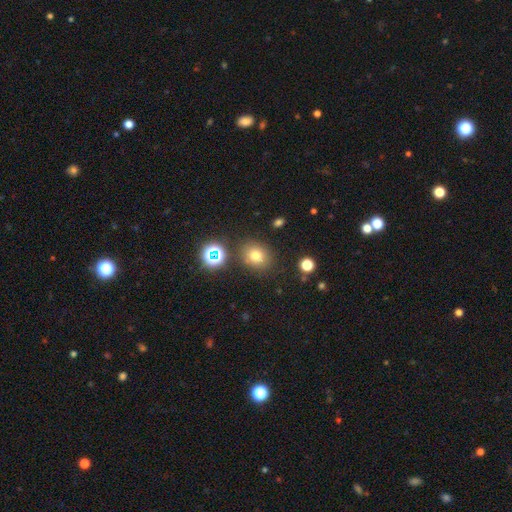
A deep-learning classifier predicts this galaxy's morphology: smooth 73%, star or artifact 18%, featured or disk 9%. Down the decision tree: how rounded — round (69%); merging — none (82%).